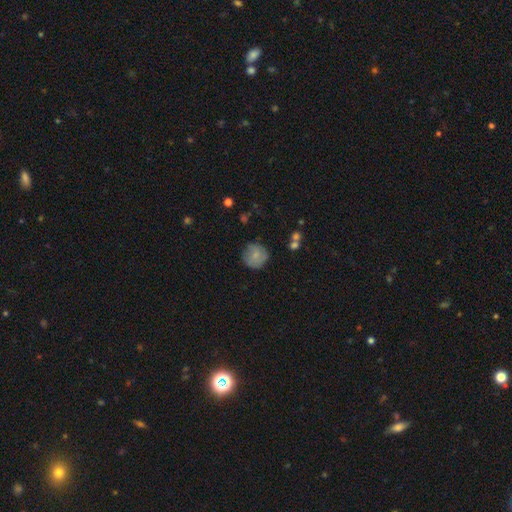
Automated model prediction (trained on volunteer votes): Smooth or featured?
  - smooth: 72% *
  - featured or disk: 20%
  - star or artifact: 8%
How rounded?
  - round: 91% *
  - in between: 8%
  - cigar-shaped: 1%
Merging?
  - none: 76% *
  - minor disturbance: 18%
  - major disturbance: 4%
  - merger: 2%